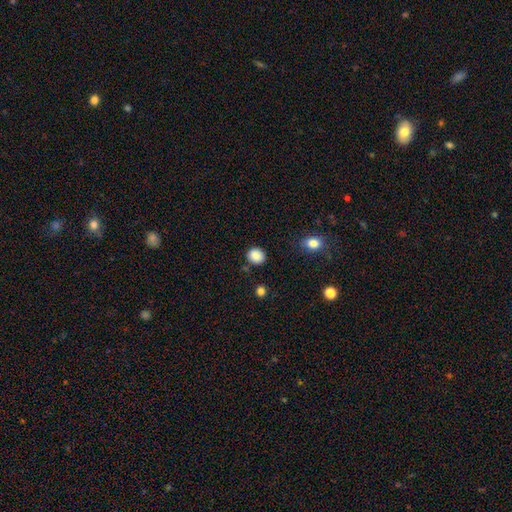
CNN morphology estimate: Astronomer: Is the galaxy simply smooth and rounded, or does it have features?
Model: smooth — 89%.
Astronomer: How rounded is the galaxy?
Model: round — 75%.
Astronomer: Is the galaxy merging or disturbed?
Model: none — 85%.